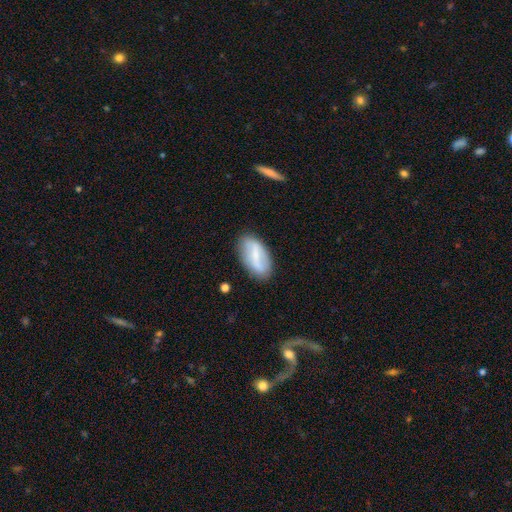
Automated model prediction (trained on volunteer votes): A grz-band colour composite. It shows a featured or disk galaxy (48%). Merging: none (82%).